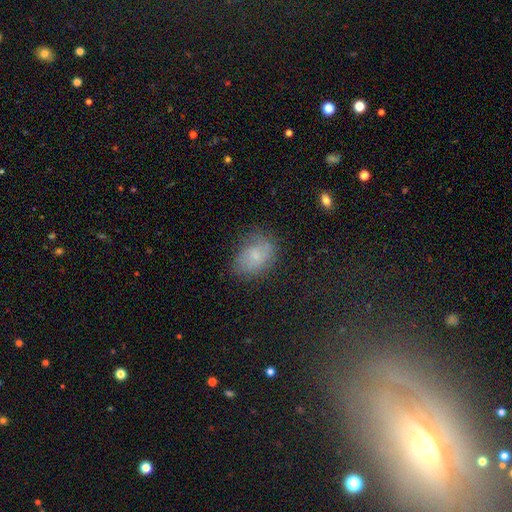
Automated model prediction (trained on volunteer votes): Smooth or featured: smooth — 64% (featured or disk — 24%)
How rounded: in between — 78% (round — 21%)
Merging: none — 61% (minor disturbance — 26%)